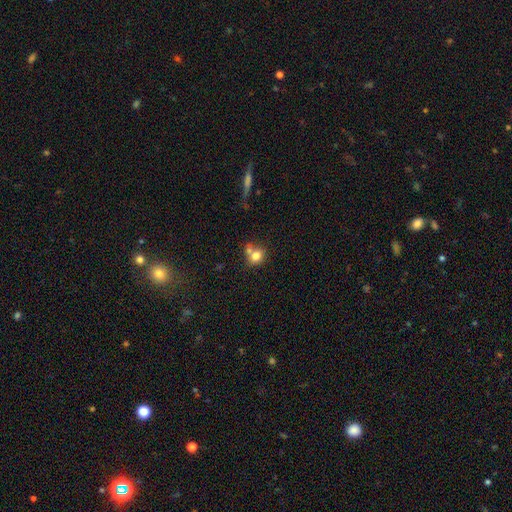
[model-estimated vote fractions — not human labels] Smooth or featured? Predicted: smooth (p=0.78). How rounded? Predicted: round (p=0.63). Merging? Predicted: none (p=0.45).